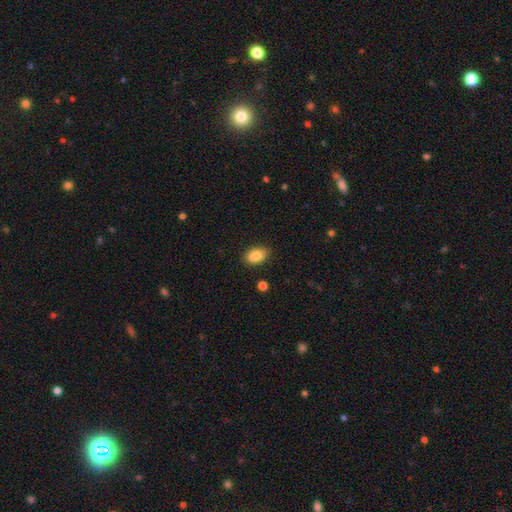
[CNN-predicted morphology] Smooth or featured?
  - smooth: 87% *
  - star or artifact: 8%
  - featured or disk: 6%
How rounded?
  - in between: 88% *
  - round: 10%
  - cigar-shaped: 2%
Merging?
  - none: 85% *
  - minor disturbance: 11%
  - major disturbance: 2%
  - merger: 2%